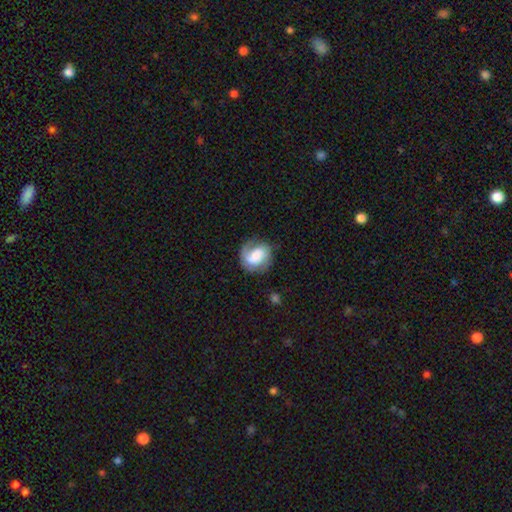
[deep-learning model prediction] A featured or disk galaxy (55%) with no bar (45%), spiral arms (87%) and a moderate central bulge (32%).

Vote fractions:
- Smooth or featured? featured or disk: 55% / smooth: 37% / star or artifact: 8%
- Edge-on disk? no: 98% / yes: 2%
- Bar? no: 45% / weak: 39% / strong: 16%
- Spiral arms? yes: 87% / no: 13%
- Bulge size? moderate: 32% / large: 28% / small: 24% / none: 10% / dominant: 7%
- Merging? none: 65% / minor disturbance: 21% / major disturbance: 12% / merger: 2%